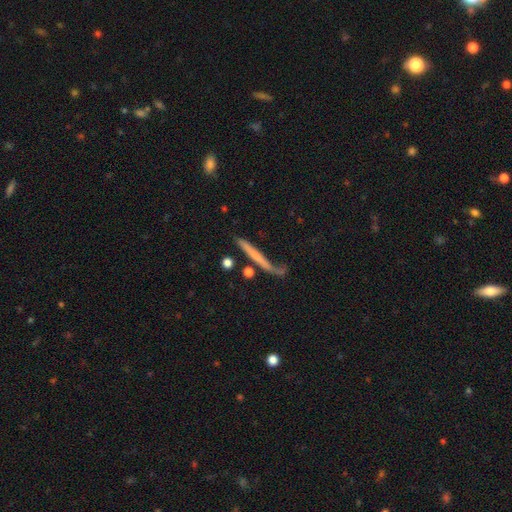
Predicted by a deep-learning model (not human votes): Smooth or featured? Predicted: smooth (p=0.50). Merging? Predicted: none (p=0.59).